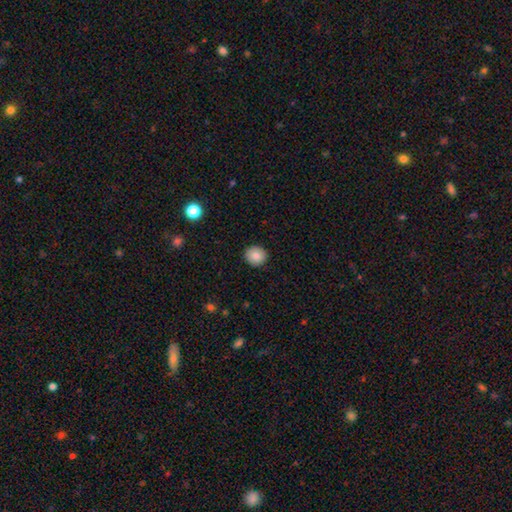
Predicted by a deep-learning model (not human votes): Smooth or featured? Predicted: smooth (p=0.87). How rounded? Predicted: round (p=0.86). Merging? Predicted: none (p=0.91).